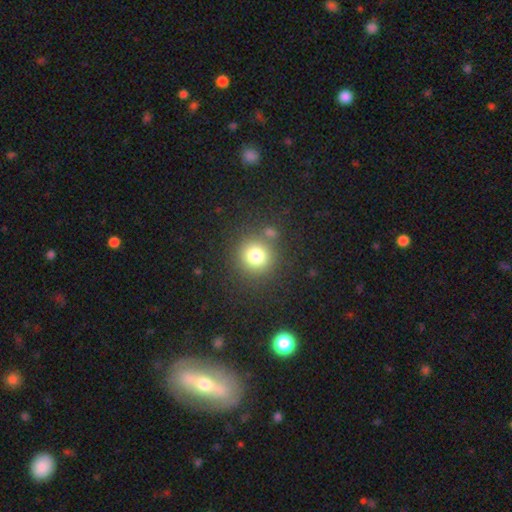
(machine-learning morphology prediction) A smooth galaxy with no disk features (77%) that is round (92%). Merging: none (81%).